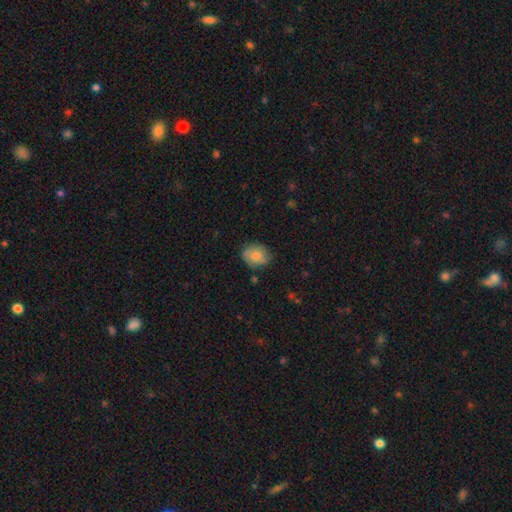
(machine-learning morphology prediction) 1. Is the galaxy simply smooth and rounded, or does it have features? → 76% smooth, 16% featured or disk, 8% star or artifact.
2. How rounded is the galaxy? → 55% round, 44% in between, 1% cigar-shaped.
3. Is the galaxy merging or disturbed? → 69% none, 23% minor disturbance, 5% major disturbance, 2% merger.